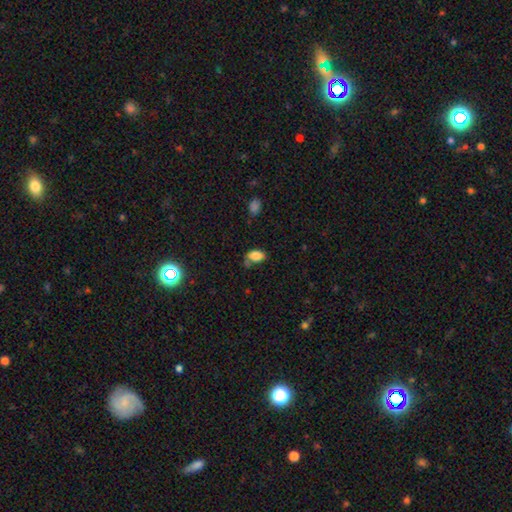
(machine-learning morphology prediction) smooth-or-featured: smooth: 83% | star or artifact: 9% | featured or disk: 7%
  how-rounded: in between: 90% | round: 9% | cigar-shaped: 2%
  merging: none: 54% | minor disturbance: 26% | merger: 11% | major disturbance: 9%